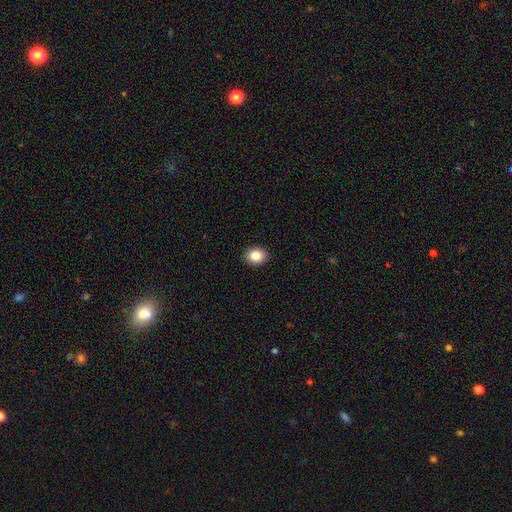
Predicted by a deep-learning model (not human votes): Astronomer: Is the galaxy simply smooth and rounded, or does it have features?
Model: smooth — 86%.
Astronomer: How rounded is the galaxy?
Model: in between — 52% (runner-up: round, 47%).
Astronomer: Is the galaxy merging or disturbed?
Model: none — 91%.